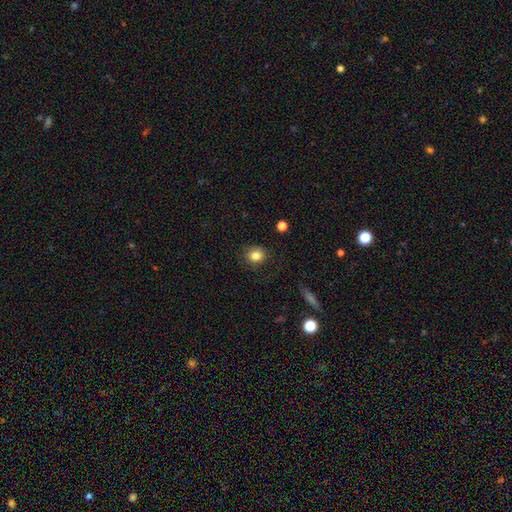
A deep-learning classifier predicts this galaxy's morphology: This is clearly a smooth galaxy (83%). How rounded: likely round (79%). Merging: clearly none (83%).